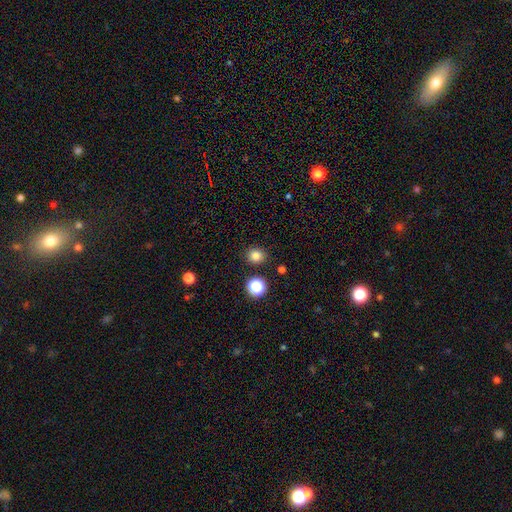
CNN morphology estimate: The model was most divided on "how rounded": round: 82%, in between: 17%, cigar-shaped: 1%. More confident: merging — none (87%); smooth or featured — smooth (82%).